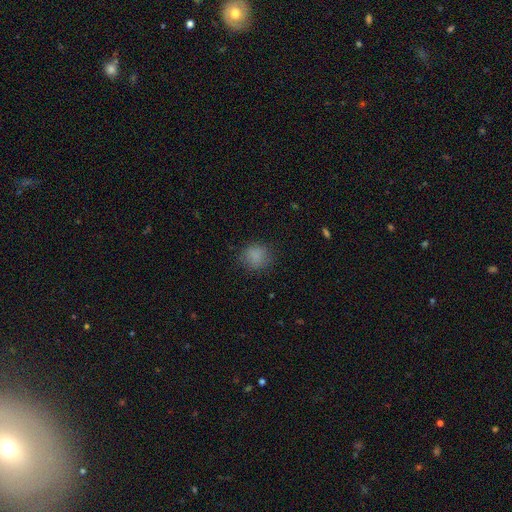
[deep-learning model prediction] Morphology: type=smooth (84%); roundness=round (82%); merging=none (81%).